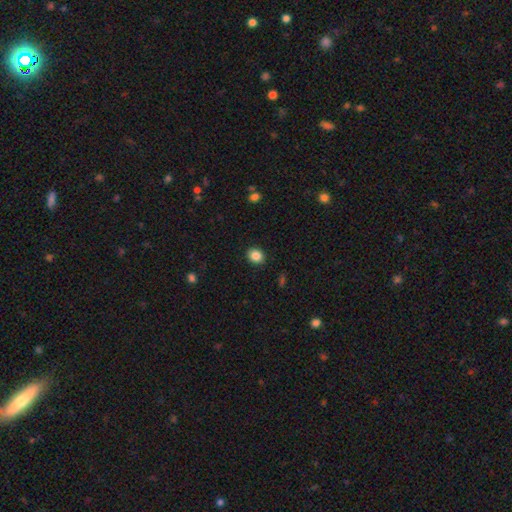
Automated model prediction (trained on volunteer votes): Q: Smooth or featured?
A: smooth (86%); runner-up: star or artifact (10%)
Q: How rounded?
A: round (69%); runner-up: in between (30%)
Q: Merging?
A: none (91%); runner-up: minor disturbance (6%)